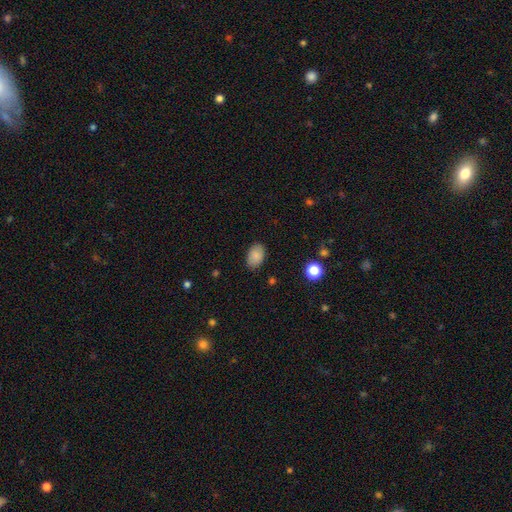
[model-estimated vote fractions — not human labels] This appears to be a smooth galaxy with no disk features (87%) that is in between round and cigar-shaped (88%). Merging: none (86%).